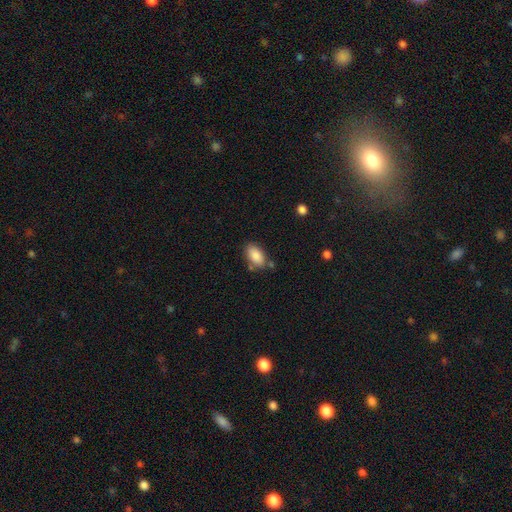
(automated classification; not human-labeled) Smooth or featured: smooth — 87% (star or artifact — 7%)
How rounded: in between — 93% (round — 5%)
Merging: none — 71% (minor disturbance — 17%)